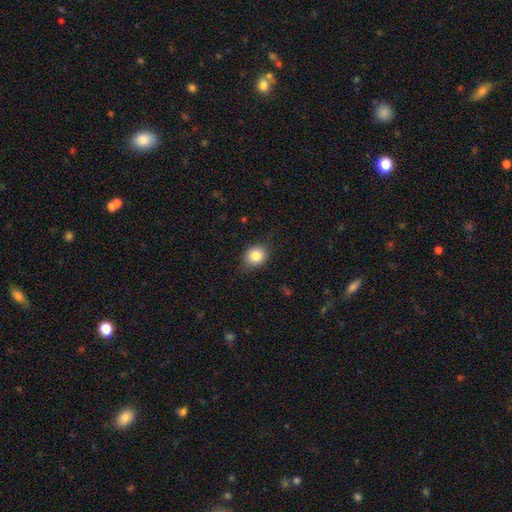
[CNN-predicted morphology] Q: Smooth or featured?
A: smooth (83%); runner-up: star or artifact (9%)
Q: How rounded?
A: round (66%); runner-up: in between (33%)
Q: Merging?
A: none (79%); runner-up: minor disturbance (16%)